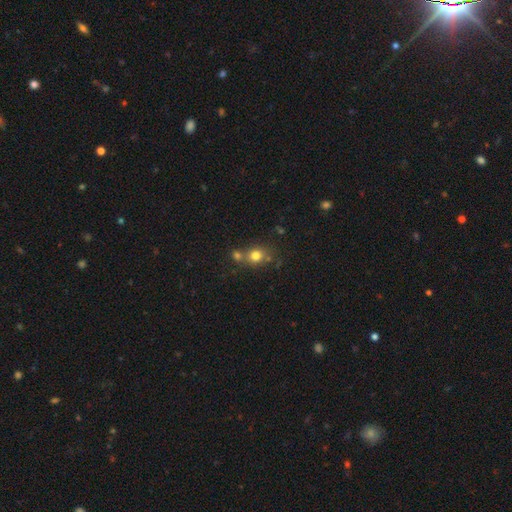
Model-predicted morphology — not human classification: This appears to be a smooth galaxy with no disk features (76%) that is round (77%). Merging: none (51%).